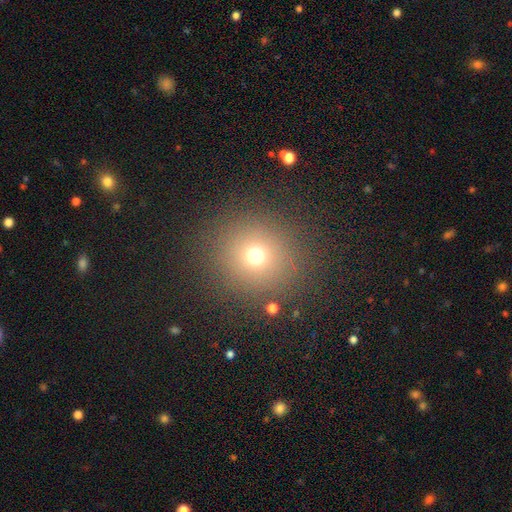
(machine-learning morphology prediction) smooth_or_featured: smooth (p=0.68) [alt: star or artifact p=0.22]
how_rounded: round (p=0.91) [alt: in between p=0.08]
merging: none (p=0.86) [alt: minor disturbance p=0.07]